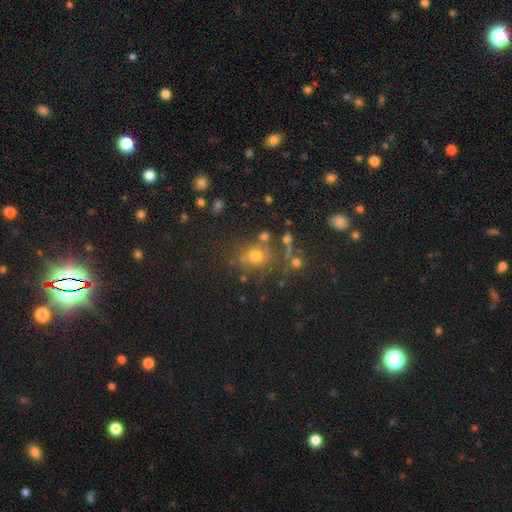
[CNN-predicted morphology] The model was most divided on "smooth or featured": smooth: 62%, star or artifact: 25%, featured or disk: 13%. More confident: how rounded — round (75%); merging — none (64%).